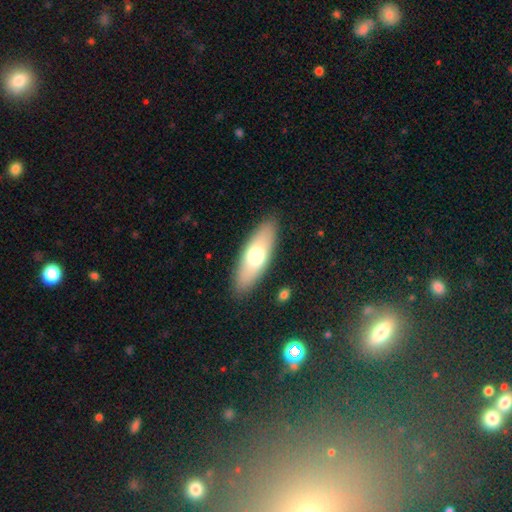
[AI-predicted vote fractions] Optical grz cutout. It shows a smooth galaxy with no disk features (64%) that is in between round and cigar-shaped (63%). Merging: none (88%).